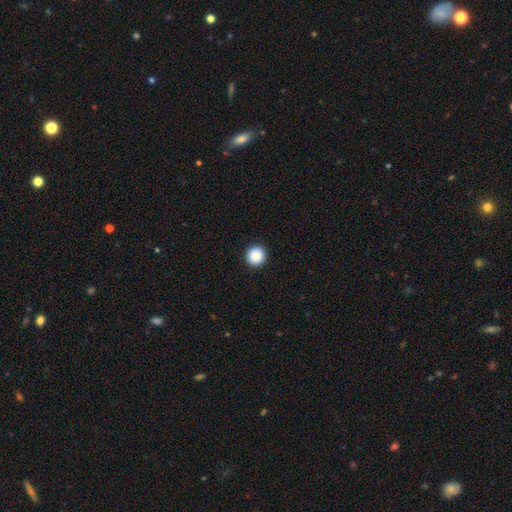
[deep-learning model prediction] Smooth or featured? Predicted: smooth (p=0.89). How rounded? Predicted: round (p=0.96). Merging? Predicted: none (p=0.94).